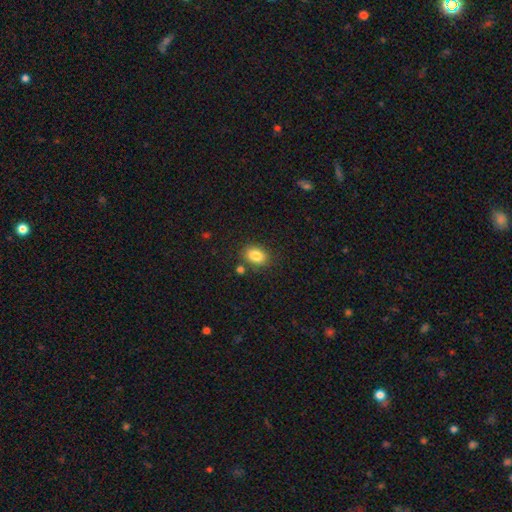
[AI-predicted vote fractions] Q: Smooth or featured?
A: smooth (84%); runner-up: star or artifact (9%)
Q: How rounded?
A: in between (69%); runner-up: round (29%)
Q: Merging?
A: none (79%); runner-up: minor disturbance (12%)